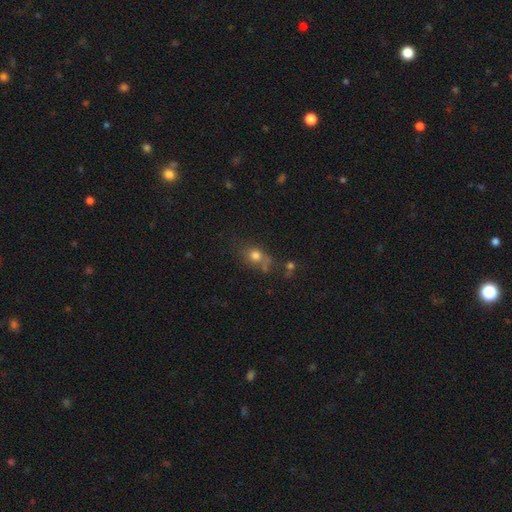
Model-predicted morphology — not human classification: type=smooth (71%); roundness=round (58%); merging=none (54%).